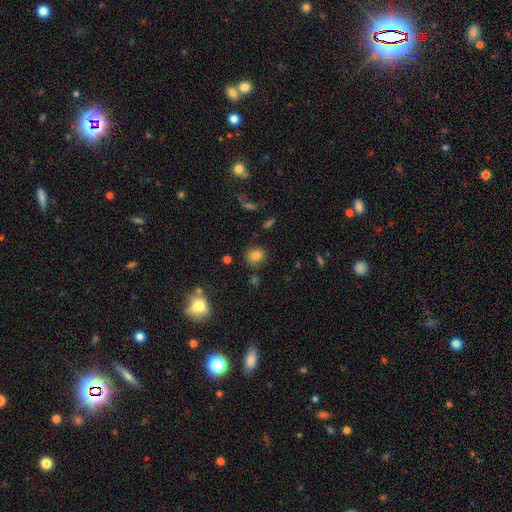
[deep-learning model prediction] smooth 79%, star or artifact 13%, featured or disk 8%. Down the decision tree: how rounded — round (78%); merging — none (82%).